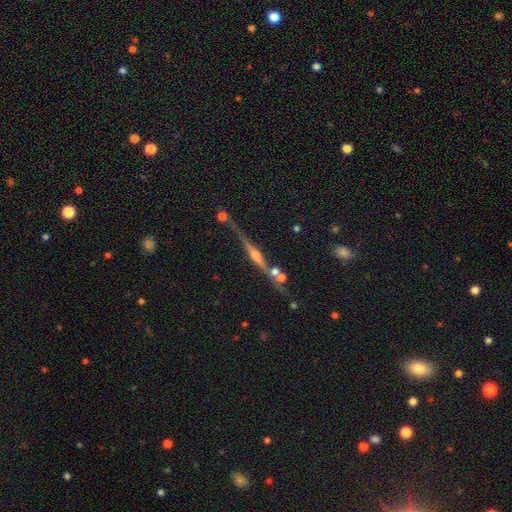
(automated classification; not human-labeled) A featured or disk galaxy (81%) viewed edge-on (97%) with a rounded central bulge (86%). Merging: none (69%).